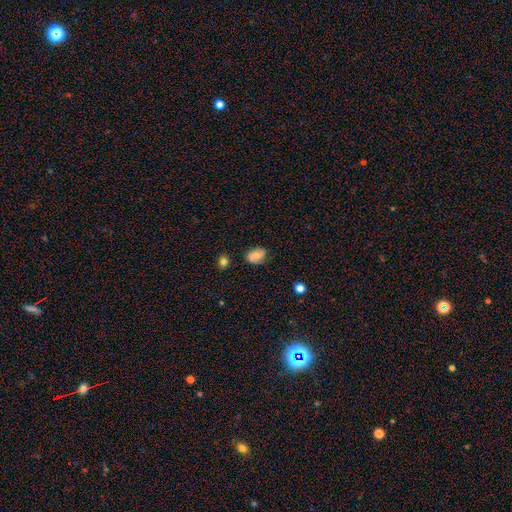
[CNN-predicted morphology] type=smooth (59%); roundness=in between (72%); merging=none (73%).